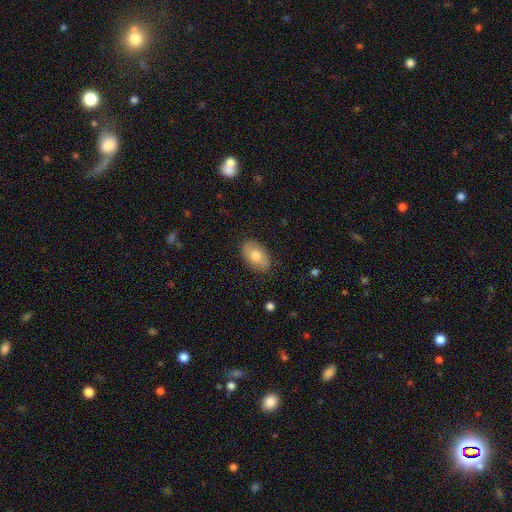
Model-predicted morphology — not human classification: This is likely a smooth galaxy (76%). How rounded: clearly in between (92%). Merging: clearly none (85%).